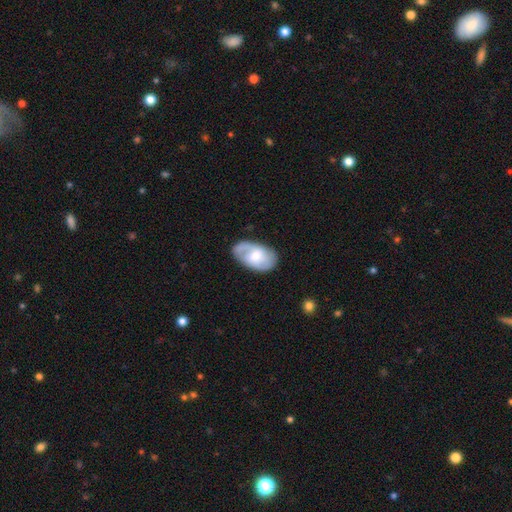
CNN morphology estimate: Smooth or featured: featured or disk — 59% (smooth — 35%)
Edge-on disk: no — 95% (yes — 5%)
Bar: no — 55% (weak — 36%)
Spiral arms: yes — 79% (no — 21%)
Bulge size: moderate — 50% (small — 42%)
Merging: none — 73% (minor disturbance — 19%)